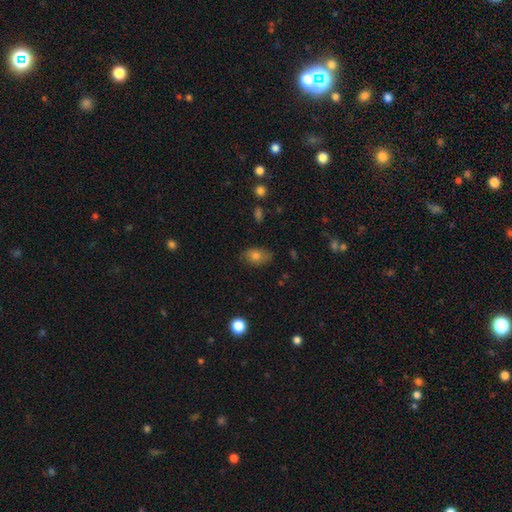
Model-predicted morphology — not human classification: Smooth or featured?
  - smooth: 76% *
  - featured or disk: 14%
  - star or artifact: 10%
How rounded?
  - in between: 84% *
  - round: 15%
  - cigar-shaped: 2%
Merging?
  - none: 78% *
  - minor disturbance: 17%
  - major disturbance: 4%
  - merger: 1%